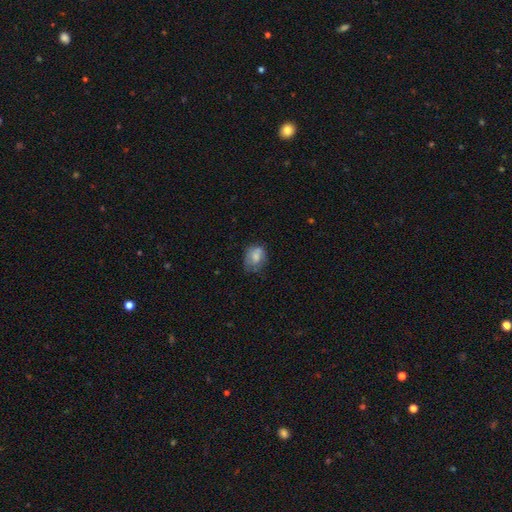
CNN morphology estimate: smooth 70%, featured or disk 21%, star or artifact 9%. Down the decision tree: how rounded — in between (58%); merging — none (50%).